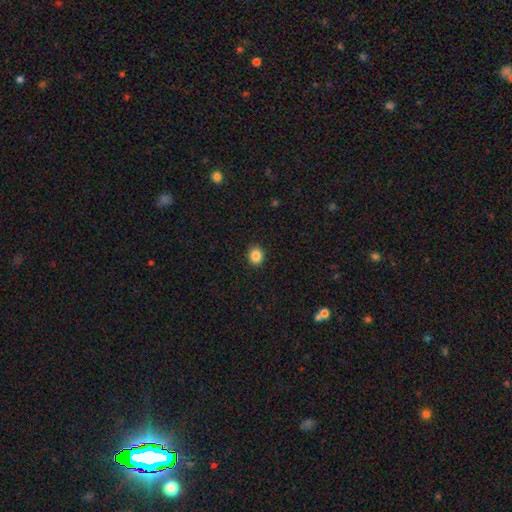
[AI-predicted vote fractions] This appears to be a smooth galaxy with no disk features (87%) that is round (65%). Merging: none (91%).